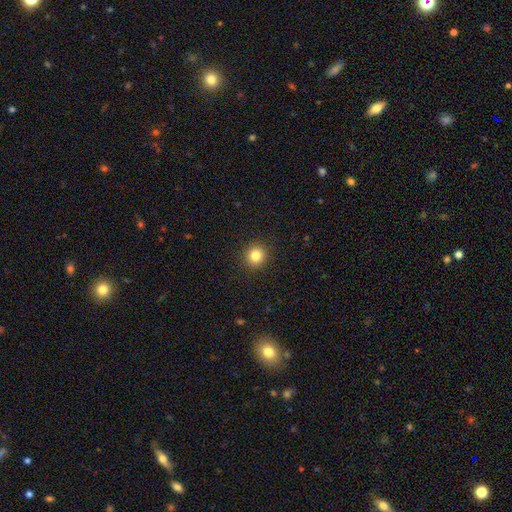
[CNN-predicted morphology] This is clearly a smooth galaxy (82%). How rounded: clearly round (92%). Merging: clearly none (92%).